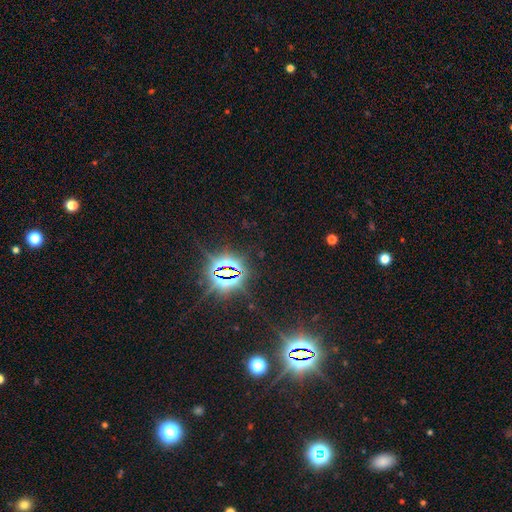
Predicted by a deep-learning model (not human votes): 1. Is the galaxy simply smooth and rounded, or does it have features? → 83% star or artifact, 11% smooth, 6% featured or disk.